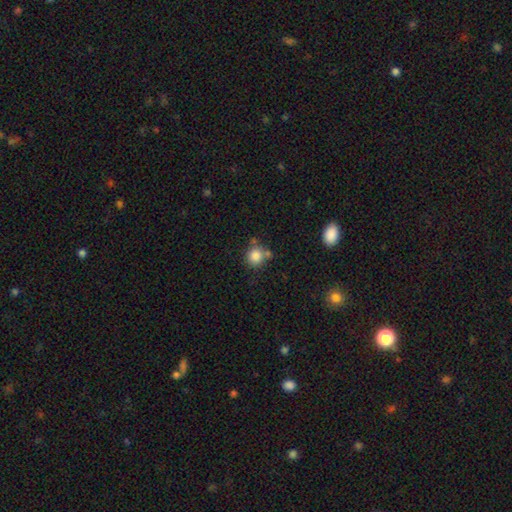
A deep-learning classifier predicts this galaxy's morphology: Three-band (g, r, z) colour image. It shows a smooth galaxy with no disk features (84%) that is round (88%). Merging: none (64%).